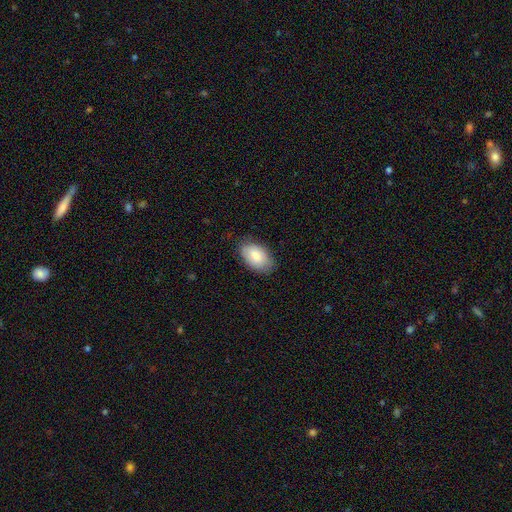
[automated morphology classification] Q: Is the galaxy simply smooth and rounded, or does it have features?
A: smooth — 83%.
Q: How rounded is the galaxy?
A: in between — 94%.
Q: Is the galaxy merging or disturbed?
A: none — 77%.